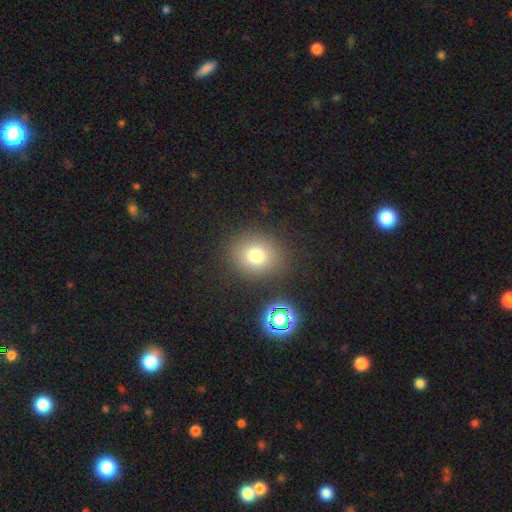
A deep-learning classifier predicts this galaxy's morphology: Overall: smooth (76%). How rounded: round (74%). Merging: none (84%).